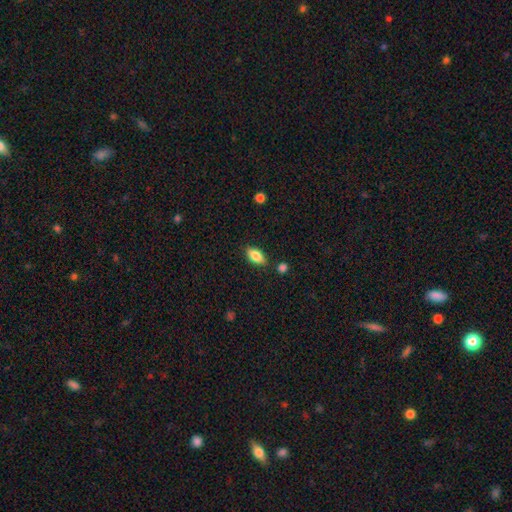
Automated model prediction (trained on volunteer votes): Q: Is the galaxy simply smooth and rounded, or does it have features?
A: smooth — 79%.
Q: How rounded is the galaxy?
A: in between — 87%.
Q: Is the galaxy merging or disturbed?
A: none — 82%.